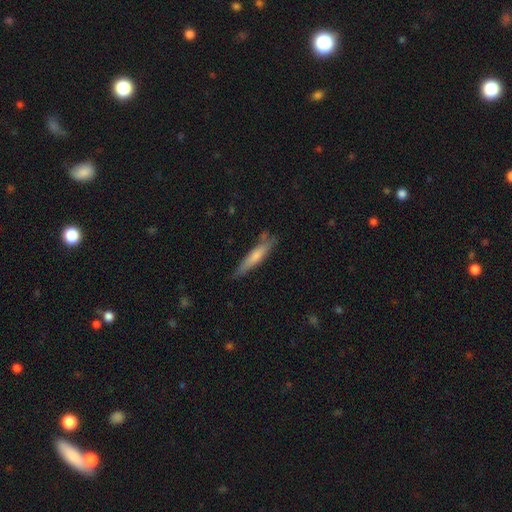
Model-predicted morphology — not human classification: This is possibly a smooth galaxy (59%). How rounded: clearly cigar-shaped (90%). Merging: likely none (78%).